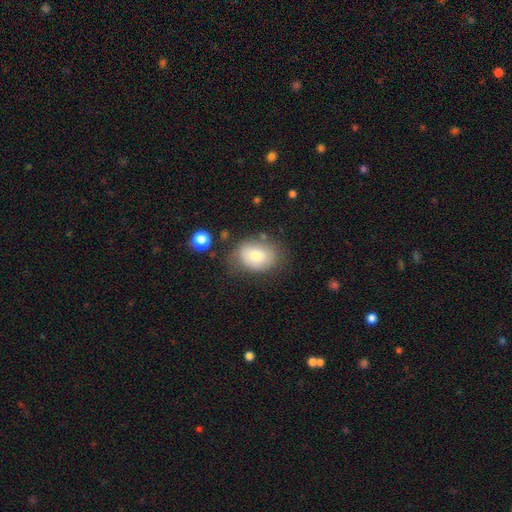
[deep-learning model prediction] Smooth or featured?
  - smooth: 74% *
  - featured or disk: 18%
  - star or artifact: 8%
How rounded?
  - in between: 67% *
  - round: 32%
  - cigar-shaped: 1%
Merging?
  - none: 65% *
  - minor disturbance: 23%
  - major disturbance: 9%
  - merger: 4%